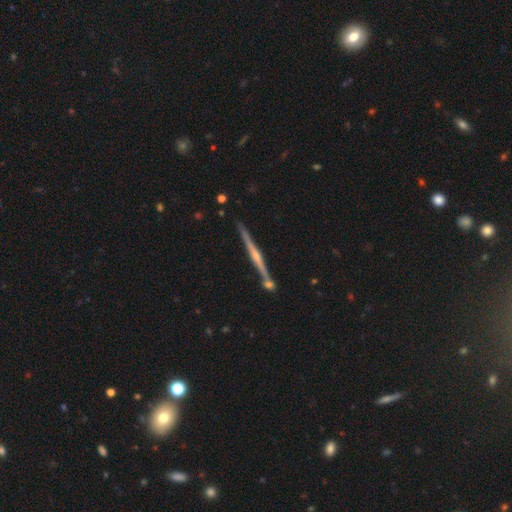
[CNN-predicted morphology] A featured or disk galaxy (78%) viewed edge-on (97%) with a rounded central bulge (72%). Merging: none (82%).